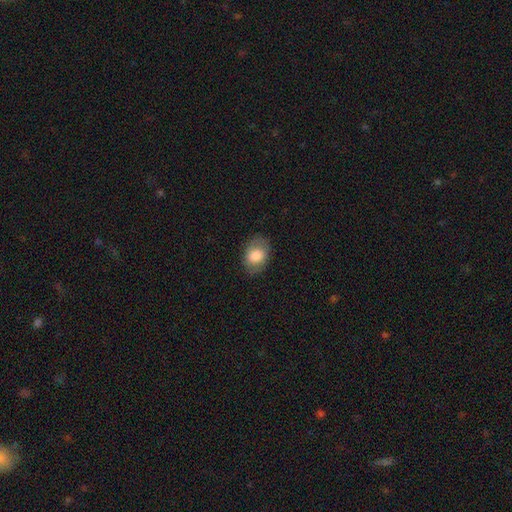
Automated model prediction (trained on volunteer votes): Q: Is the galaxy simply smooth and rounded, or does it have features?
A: smooth — 76%.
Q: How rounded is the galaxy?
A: in between — 73%.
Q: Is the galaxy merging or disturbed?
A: none — 79%.